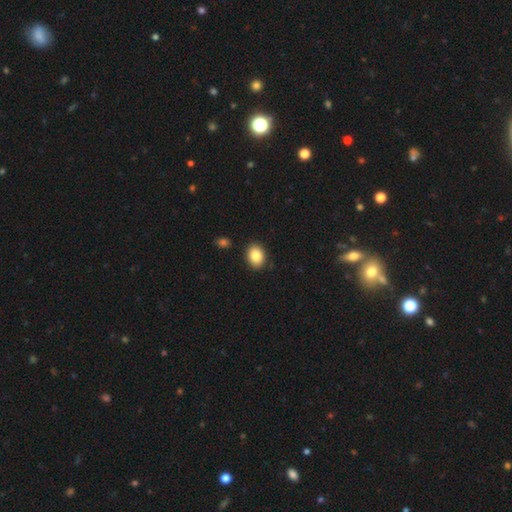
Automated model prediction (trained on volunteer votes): Smooth or featured? smooth (86%)
How rounded? in between (69%)
Merging? none (88%)